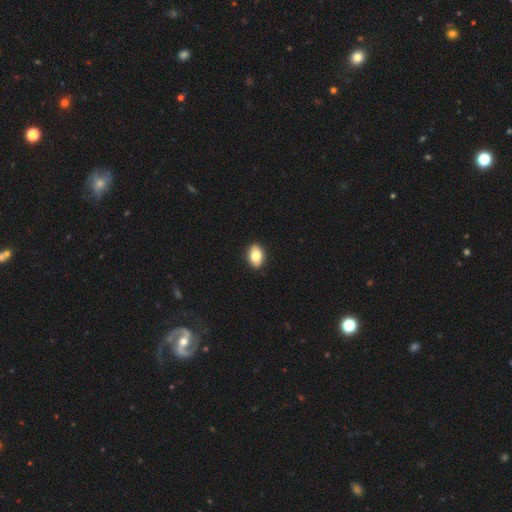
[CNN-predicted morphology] The model was most divided on "how rounded": in between: 85%, round: 14%, cigar-shaped: 1%. More confident: merging — none (91%); smooth or featured — smooth (82%).